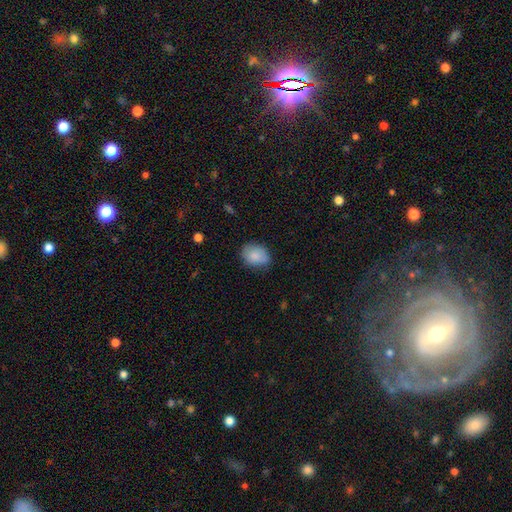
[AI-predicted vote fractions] The model was most divided on "how rounded": in between: 69%, round: 30%, cigar-shaped: 1%. More confident: smooth or featured — smooth (85%); merging — none (71%).